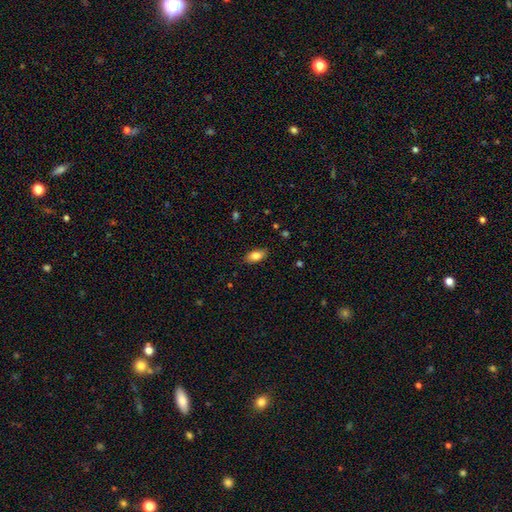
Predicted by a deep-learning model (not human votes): smooth_or_featured: smooth (p=0.83) [alt: featured or disk p=0.09]
how_rounded: in between (p=0.90) [alt: cigar-shaped p=0.05]
merging: none (p=0.85) [alt: minor disturbance p=0.12]